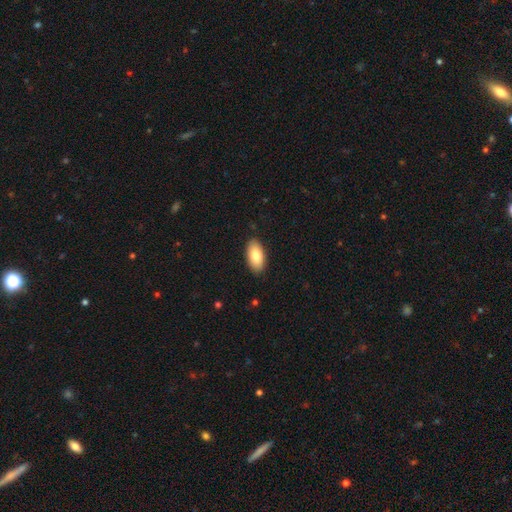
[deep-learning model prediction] smooth-or-featured: smooth: 83% | featured or disk: 11% | star or artifact: 6%
  how-rounded: in between: 94% | cigar-shaped: 4% | round: 2%
  merging: none: 88% | minor disturbance: 9% | major disturbance: 2% | merger: 1%